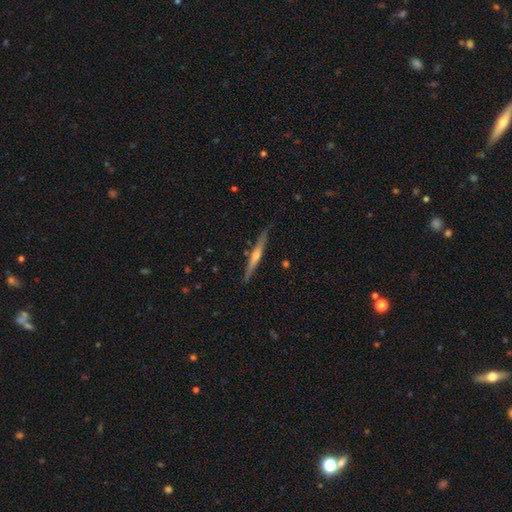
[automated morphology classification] Smooth or featured? Predicted: featured or disk (p=0.64). Edge-on disk? Predicted: yes (p=0.96). Edge-on bulge? Predicted: rounded (p=0.79). Merging? Predicted: none (p=0.86).